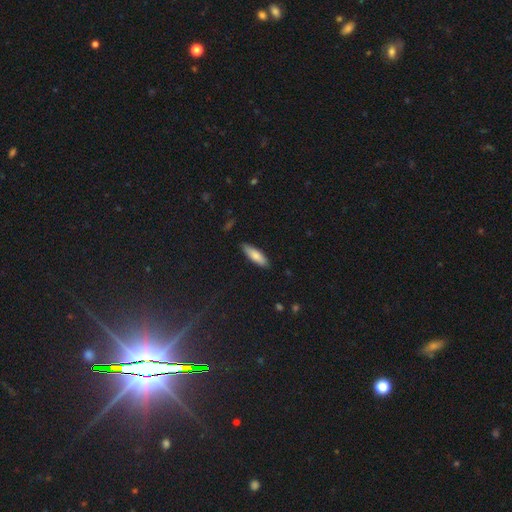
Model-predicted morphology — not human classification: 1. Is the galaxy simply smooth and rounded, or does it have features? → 81% smooth, 13% featured or disk, 6% star or artifact.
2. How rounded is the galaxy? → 49% in between (tied), 49% cigar-shaped (tied), 2% round.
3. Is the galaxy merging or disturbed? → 86% none, 11% minor disturbance, 2% major disturbance, 1% merger.